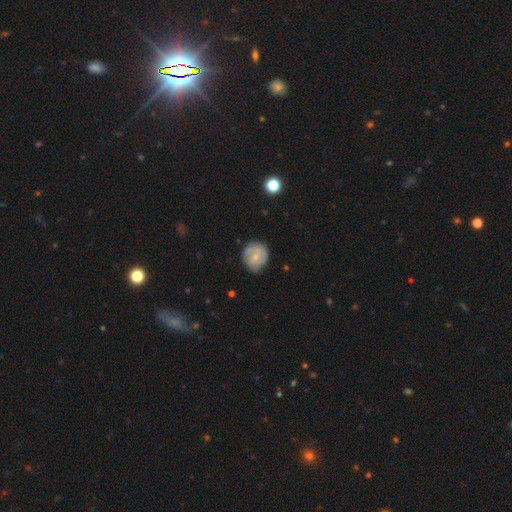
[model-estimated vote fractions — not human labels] smooth_or_featured: featured or disk (p=0.61) [alt: smooth p=0.33]
disk_edge_on: no (p=0.98) [alt: yes p=0.02]
bar: no (p=0.55) [alt: weak p=0.39]
has_spiral_arms: yes (p=0.85) [alt: no p=0.15]
spiral_winding: tight (p=0.47) [alt: medium p=0.39]
spiral_arm_count: 2 (p=0.47) [alt: can't tell p=0.26]
bulge_size: small (p=0.66) [alt: moderate p=0.25]
merging: none (p=0.76) [alt: minor disturbance p=0.18]